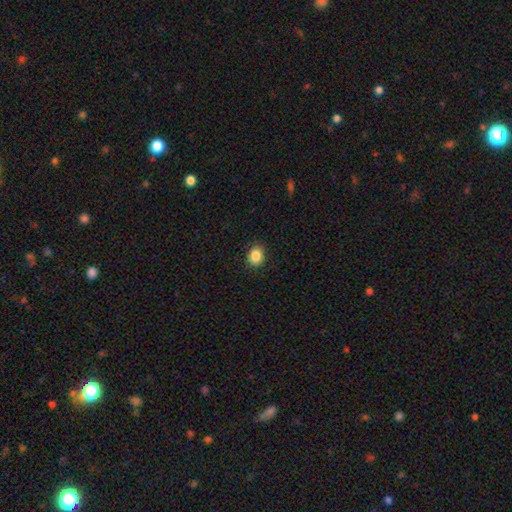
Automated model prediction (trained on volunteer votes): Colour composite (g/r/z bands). It shows a smooth galaxy with no disk features (86%) that is in between round and cigar-shaped (51%). Merging: none (87%).